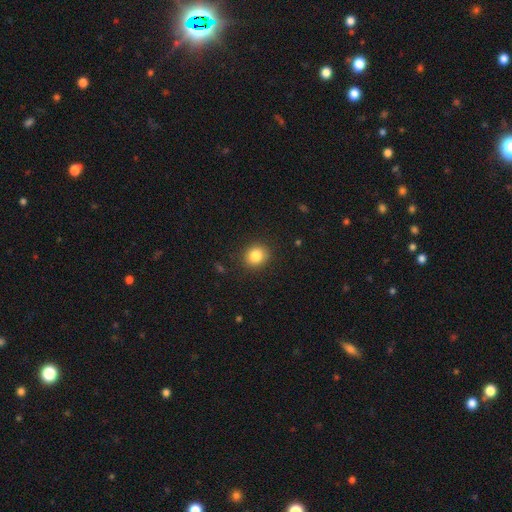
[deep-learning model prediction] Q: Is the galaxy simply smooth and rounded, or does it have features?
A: smooth — 84%.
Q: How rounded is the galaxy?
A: round — 79%.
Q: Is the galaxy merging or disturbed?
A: none — 89%.